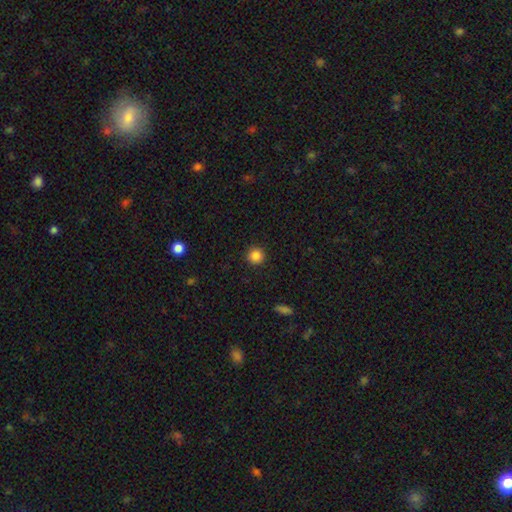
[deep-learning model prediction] A smooth galaxy with no disk features (86%) that is round (94%).

Vote fractions:
- Smooth or featured? smooth: 86% / star or artifact: 10% / featured or disk: 3%
- How rounded? round: 94% / in between: 5% / cigar-shaped: 1%
- Merging? none: 92% / minor disturbance: 5% / major disturbance: 2% / merger: 1%